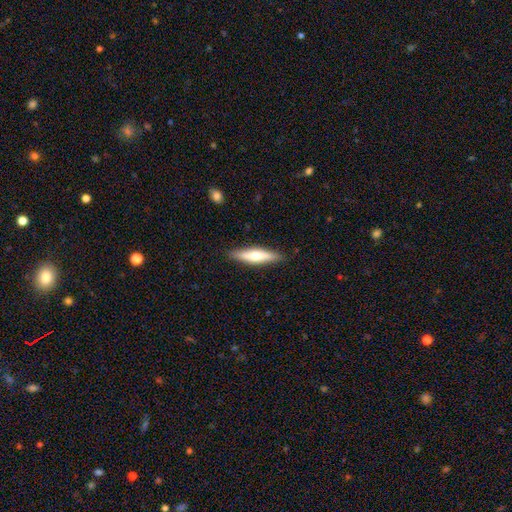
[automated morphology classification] This appears to be a smooth galaxy with no disk features (50%). Merging: none (89%).